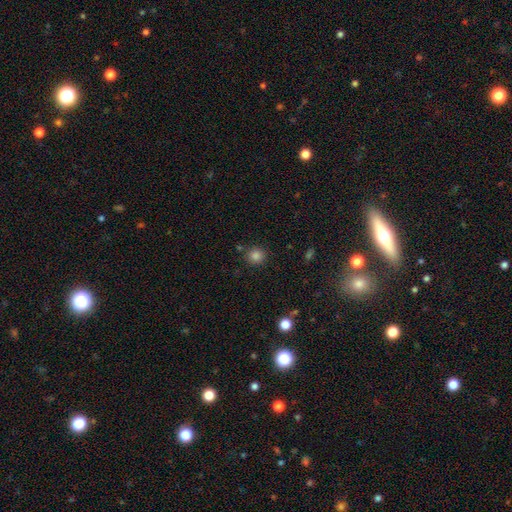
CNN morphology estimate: A smooth galaxy with no disk features (83%) that is round (90%).

Vote fractions:
- Smooth or featured? smooth: 83% / star or artifact: 12% / featured or disk: 5%
- How rounded? round: 90% / in between: 9% / cigar-shaped: 1%
- Merging? none: 86% / minor disturbance: 8% / merger: 4% / major disturbance: 2%